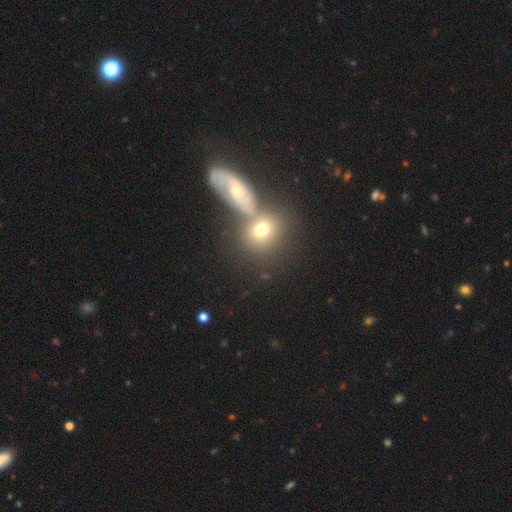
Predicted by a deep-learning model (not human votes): Q: Smooth or featured?
A: smooth (47%); runner-up: featured or disk (32%)
Q: Merging?
A: merger (58%); runner-up: none (31%)